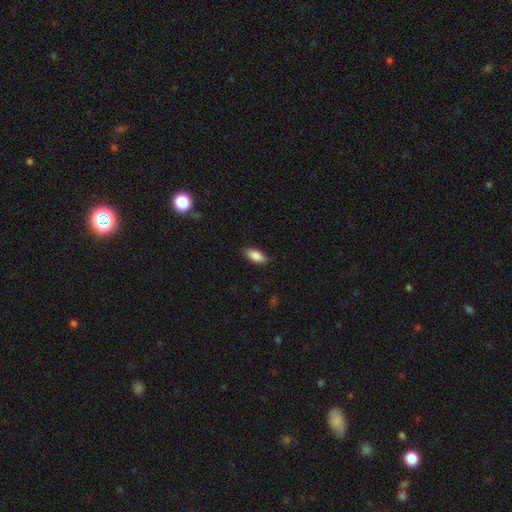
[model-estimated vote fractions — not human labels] The model was most divided on "merging": none: 86%, minor disturbance: 11%, major disturbance: 2%, merger: 1%. More confident: how rounded — in between (86%); smooth or featured — smooth (86%).